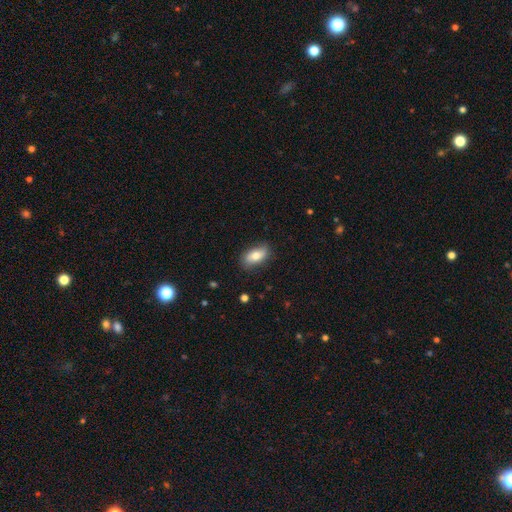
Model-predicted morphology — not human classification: smooth-or-featured: smooth: 76% | featured or disk: 17% | star or artifact: 7%
  how-rounded: in between: 90% | cigar-shaped: 5% | round: 5%
  merging: none: 82% | minor disturbance: 14% | major disturbance: 3% | merger: 1%